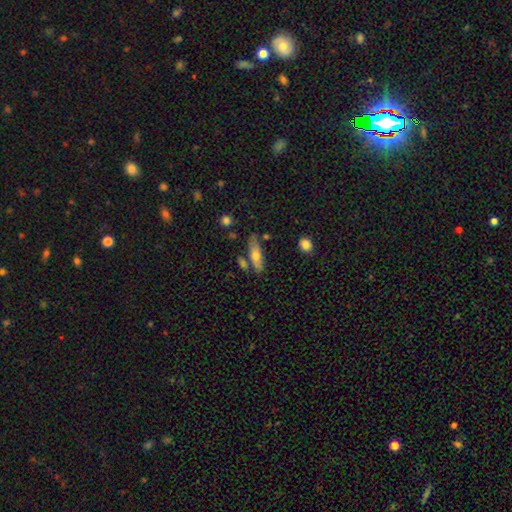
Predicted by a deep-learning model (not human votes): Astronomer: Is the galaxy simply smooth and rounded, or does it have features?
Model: smooth — 67%.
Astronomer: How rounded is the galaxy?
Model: cigar-shaped — 51% (runner-up: in between, 47%).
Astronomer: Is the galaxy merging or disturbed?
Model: none — 67%.